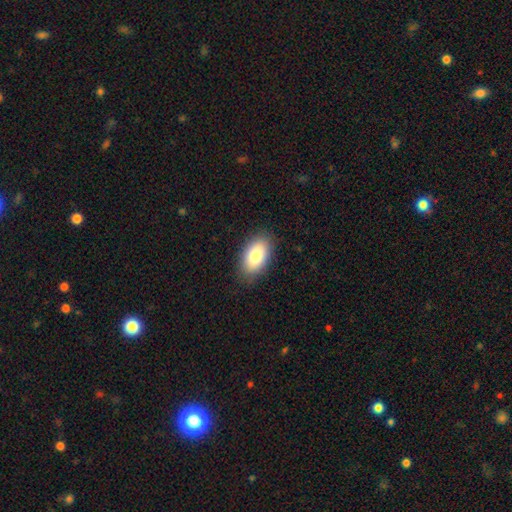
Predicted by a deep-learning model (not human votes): Morphology: type=smooth (81%); roundness=in between (93%); merging=none (87%).